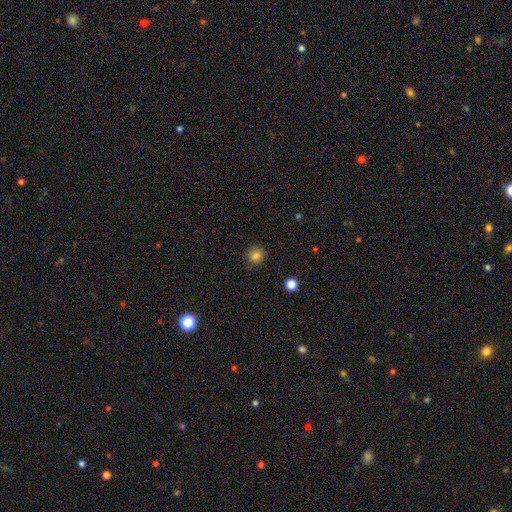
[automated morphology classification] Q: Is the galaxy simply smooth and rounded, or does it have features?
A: smooth — 83%.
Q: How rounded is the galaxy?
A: round — 90%.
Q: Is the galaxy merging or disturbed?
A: none — 85%.